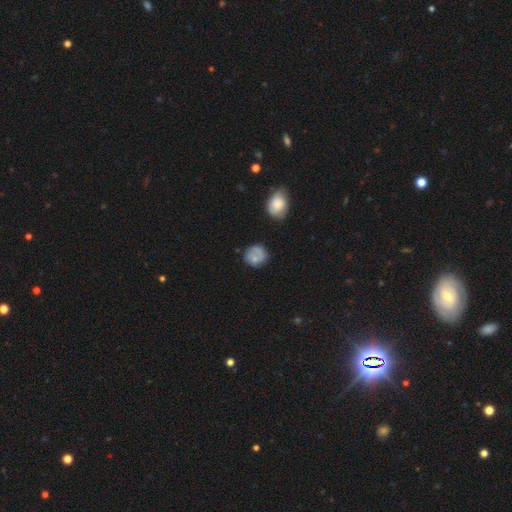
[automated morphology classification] smooth 66%, featured or disk 25%, star or artifact 9%. Down the decision tree: how rounded — round (77%); merging — none (56%).